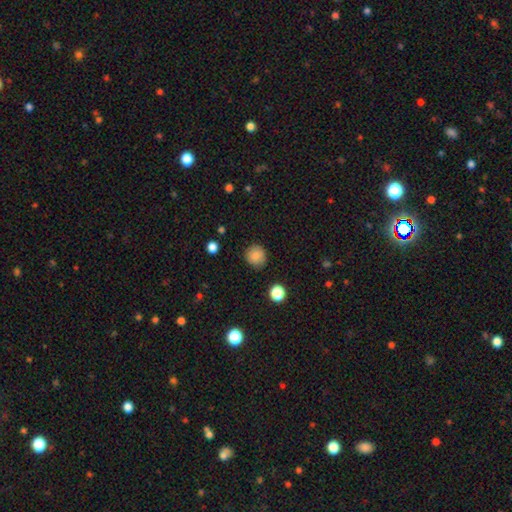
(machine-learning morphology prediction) smooth 85%, star or artifact 10%, featured or disk 5%. Down the decision tree: how rounded — round (91%); merging — none (85%).